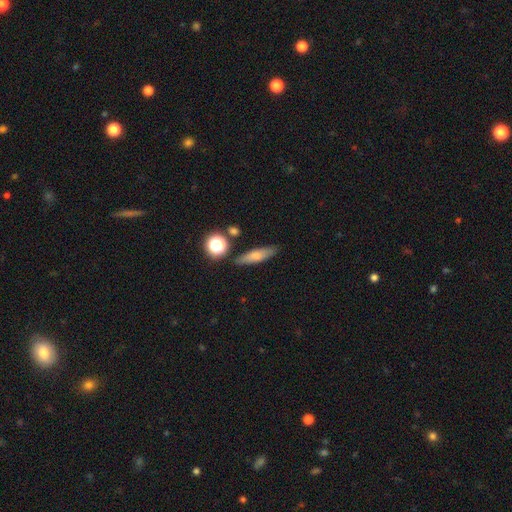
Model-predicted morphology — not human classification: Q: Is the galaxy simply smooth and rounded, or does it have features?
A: smooth — 64%.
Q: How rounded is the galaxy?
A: cigar-shaped — 62%.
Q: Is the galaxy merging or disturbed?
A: none — 81%.